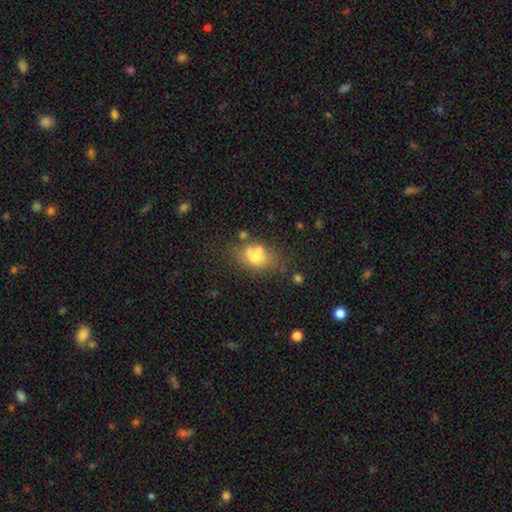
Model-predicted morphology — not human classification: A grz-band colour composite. It shows a smooth galaxy with no disk features (58%) that is in between round and cigar-shaped (72%). Merging: none (39%).